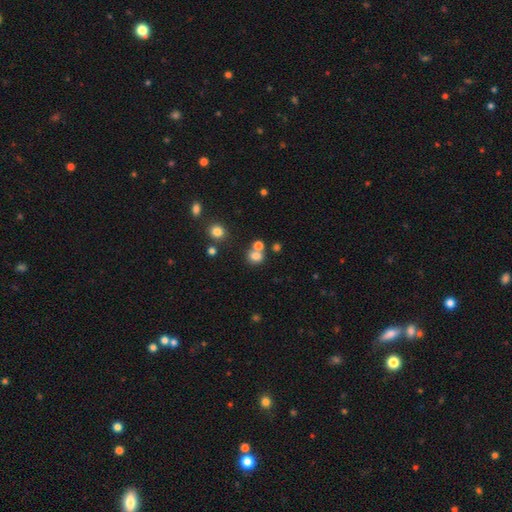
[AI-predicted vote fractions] This is likely a smooth galaxy (75%). How rounded: likely round (66%). Merging: possibly none (48%).